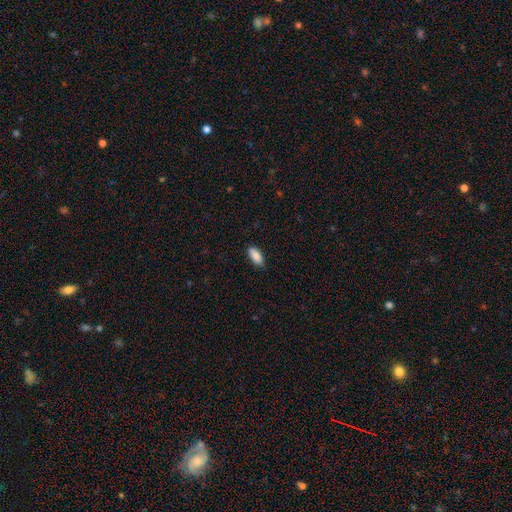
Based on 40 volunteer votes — Volunteers were most divided on "merging": none: 71%, minor disturbance: 26%, merger: 3%, major disturbance: 0%. More confident: smooth or featured — smooth (92%); how rounded — in between (70%).